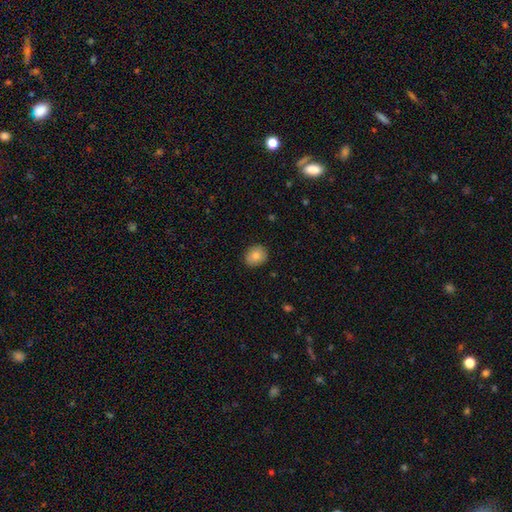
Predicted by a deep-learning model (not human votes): This is clearly a smooth galaxy (85%). How rounded: likely round (62%). Merging: clearly none (88%).